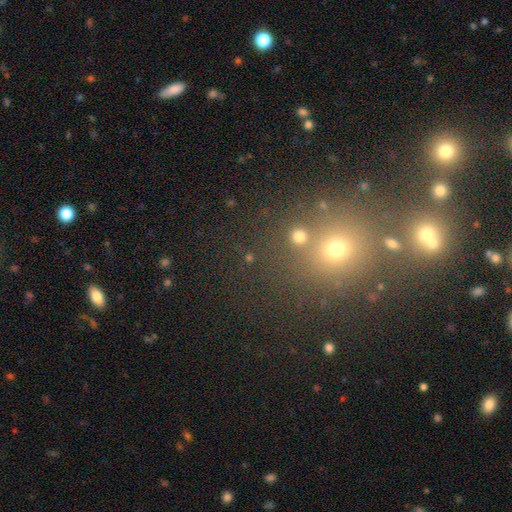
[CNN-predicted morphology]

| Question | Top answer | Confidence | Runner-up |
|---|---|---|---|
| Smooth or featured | star or artifact | 48% | smooth (43%) |